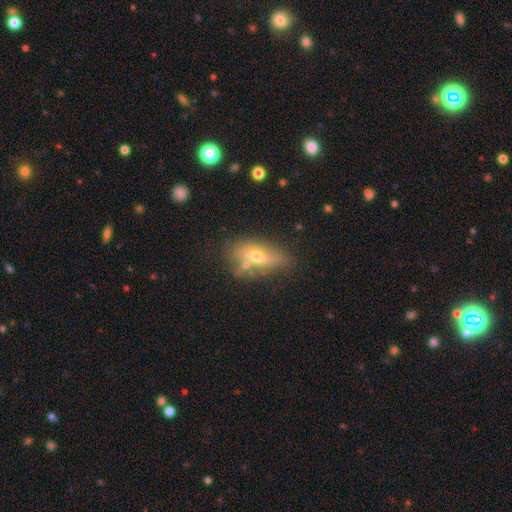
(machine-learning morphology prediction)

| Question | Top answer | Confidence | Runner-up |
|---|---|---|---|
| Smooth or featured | smooth | 47% | featured or disk (41%) |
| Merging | none | 60% | minor disturbance (19%) |